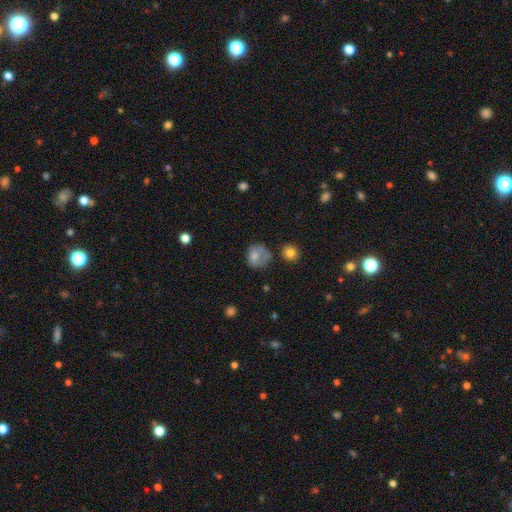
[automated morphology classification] type=smooth (70%); roundness=round (71%); merging=none (45%).